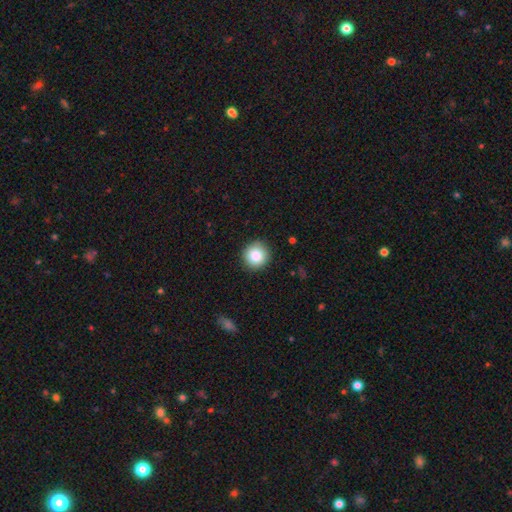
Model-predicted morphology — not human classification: This is clearly a smooth galaxy (85%). How rounded: clearly round (94%). Merging: clearly none (90%).